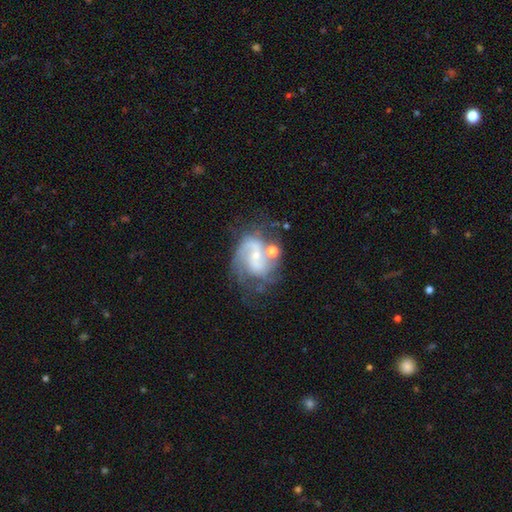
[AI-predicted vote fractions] Overall: featured or disk (78%). Edge-on disk: no (98%). Bar: no (51%; weak 39%). Spiral arms: yes (87%). Spiral arm count: 2 (53%; can't tell 23%). Spiral winding: medium (44%; tight 30%). Bulge size: small (62%; moderate 25%). Merging: none (43%; major disturbance 21%).